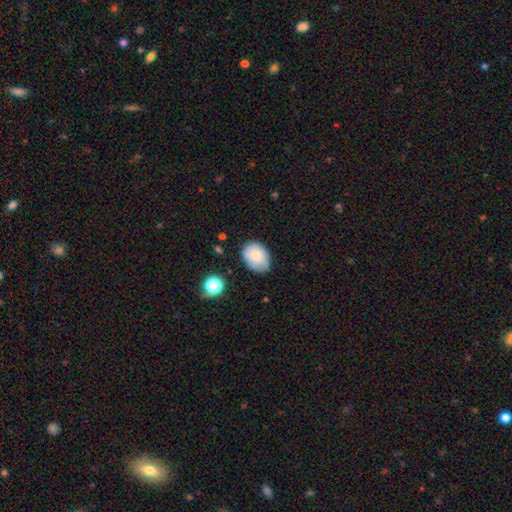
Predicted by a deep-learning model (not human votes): The model was most divided on "how rounded": in between: 73%, round: 27%, cigar-shaped: 1%. More confident: smooth or featured — smooth (78%); merging — none (72%).